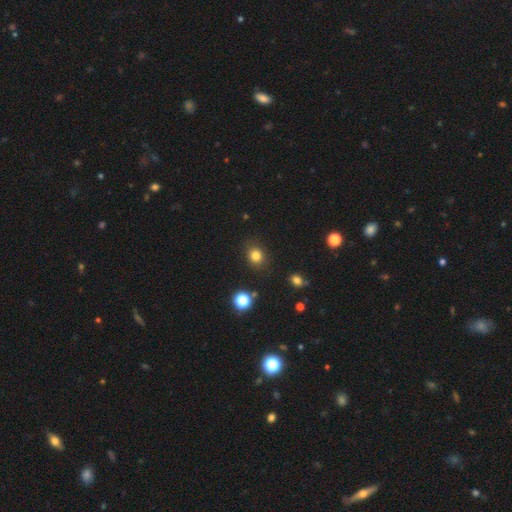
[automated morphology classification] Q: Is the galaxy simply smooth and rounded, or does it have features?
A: smooth — 81%.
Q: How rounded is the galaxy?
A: round — 73%.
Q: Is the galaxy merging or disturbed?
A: none — 86%.